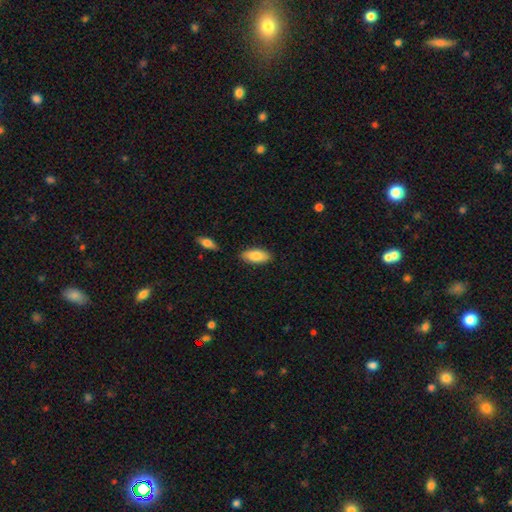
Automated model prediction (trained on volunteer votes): A smooth galaxy with no disk features (83%) that is in between round and cigar-shaped (88%).

Vote fractions:
- Smooth or featured? smooth: 83% / featured or disk: 11% / star or artifact: 6%
- How rounded? in between: 88% / cigar-shaped: 10% / round: 2%
- Merging? none: 83% / minor disturbance: 12% / merger: 3% / major disturbance: 2%